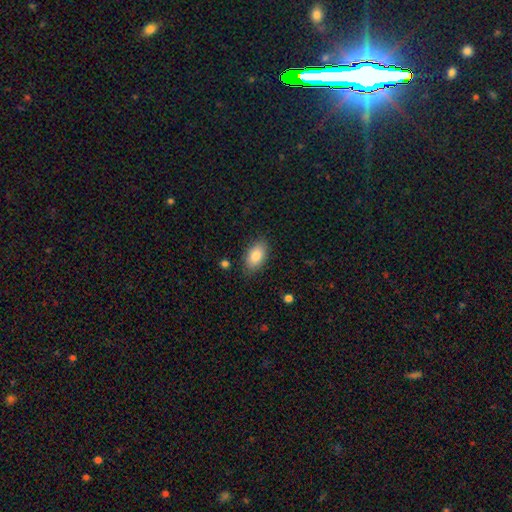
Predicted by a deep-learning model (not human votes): Morphology: type=smooth (84%); roundness=in between (92%); merging=none (83%).